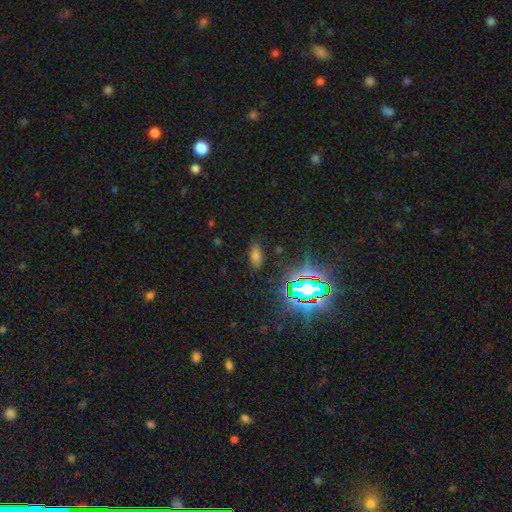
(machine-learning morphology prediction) Smooth or featured: smooth — 61% (star or artifact — 30%)
How rounded: in between — 86% (cigar-shaped — 9%)
Merging: none — 81% (minor disturbance — 13%)